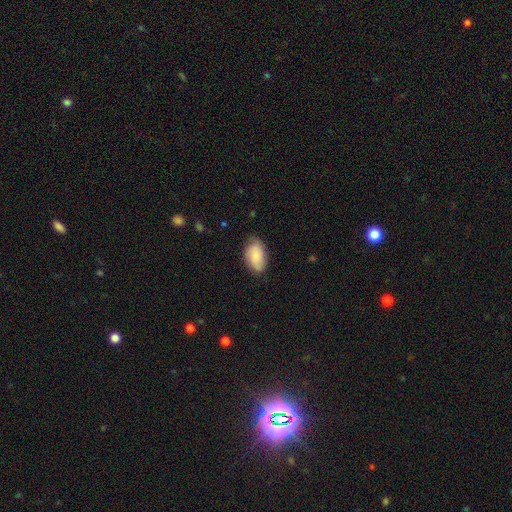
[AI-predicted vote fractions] This is likely a smooth galaxy (76%). How rounded: clearly in between (92%). Merging: likely none (73%).